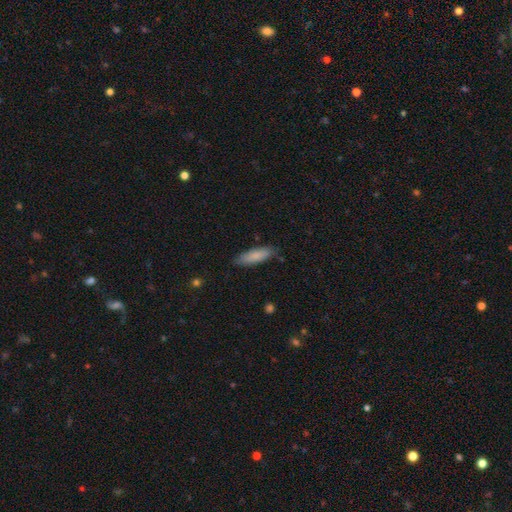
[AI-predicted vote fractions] Smooth or featured?
  - smooth: 83% *
  - featured or disk: 11%
  - star or artifact: 6%
How rounded?
  - cigar-shaped: 56% *
  - in between: 43%
  - round: 1%
Merging?
  - none: 82% *
  - minor disturbance: 14%
  - major disturbance: 2%
  - merger: 2%